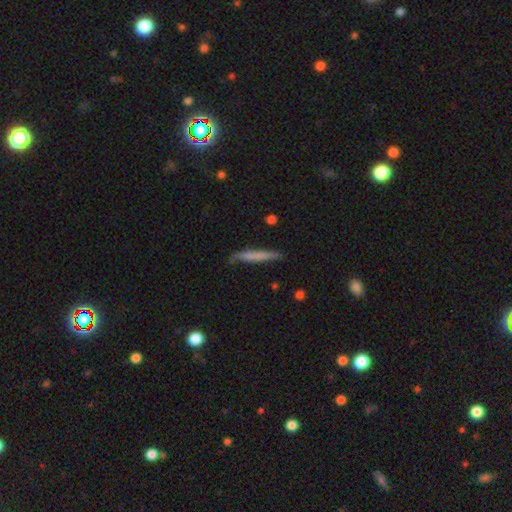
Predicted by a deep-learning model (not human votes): Overall: smooth (64%; featured or disk 30%). How rounded: cigar-shaped (95%). Merging: none (77%).